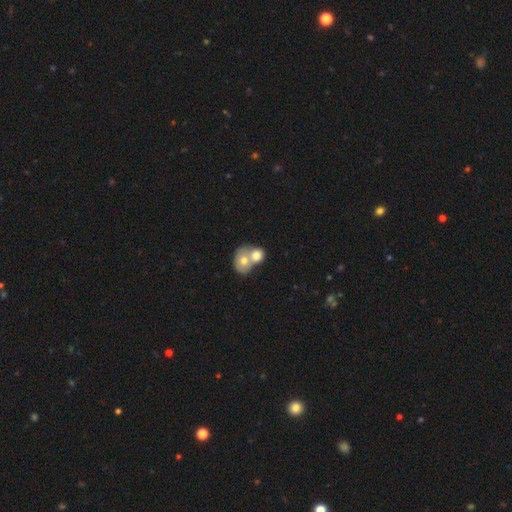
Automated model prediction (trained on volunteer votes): Smooth or featured? smooth (72%)
How rounded? round (57%)
Merging? merger (73%)